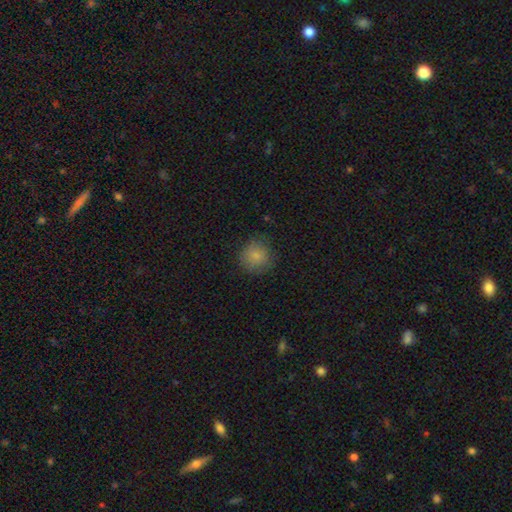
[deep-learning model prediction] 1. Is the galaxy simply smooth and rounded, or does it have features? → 84% smooth, 10% star or artifact, 6% featured or disk.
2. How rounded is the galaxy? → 91% round, 8% in between, 1% cigar-shaped.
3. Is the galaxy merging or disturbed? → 81% none, 14% minor disturbance, 4% major disturbance, 1% merger.